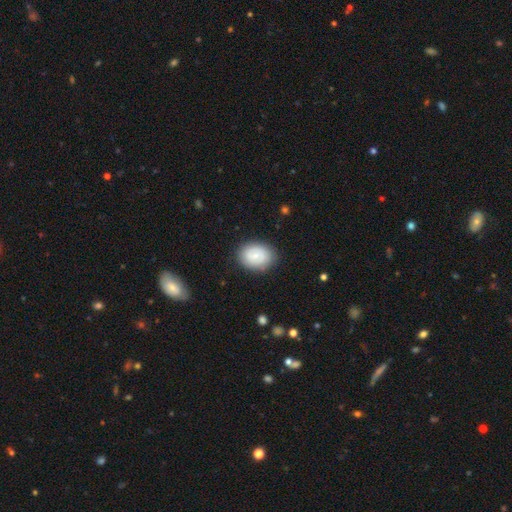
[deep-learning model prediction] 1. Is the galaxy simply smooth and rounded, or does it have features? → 64% smooth, 28% featured or disk, 7% star or artifact.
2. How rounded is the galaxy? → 61% in between, 38% round, 1% cigar-shaped.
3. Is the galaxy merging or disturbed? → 84% none, 12% minor disturbance, 3% major disturbance, 1% merger.